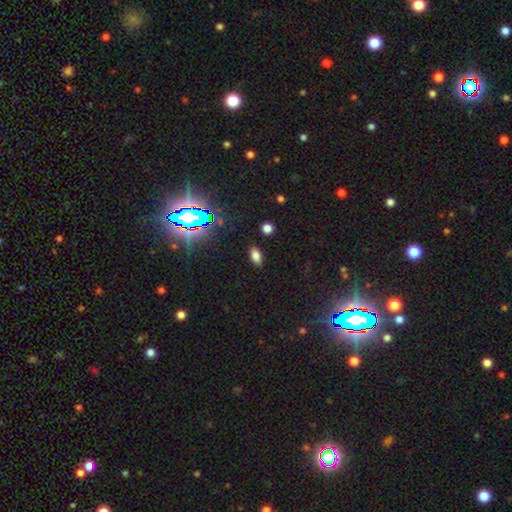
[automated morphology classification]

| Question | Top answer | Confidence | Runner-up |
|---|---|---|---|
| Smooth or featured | smooth | 75% | star or artifact (18%) |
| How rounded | in between | 90% | round (6%) |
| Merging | none | 87% | minor disturbance (9%) |